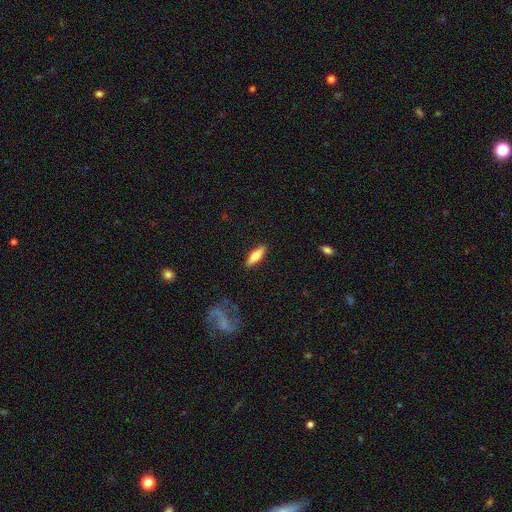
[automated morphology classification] Smooth or featured? smooth (59%)
How rounded? in between (49%, tied with cigar-shaped)
Merging? none (88%)